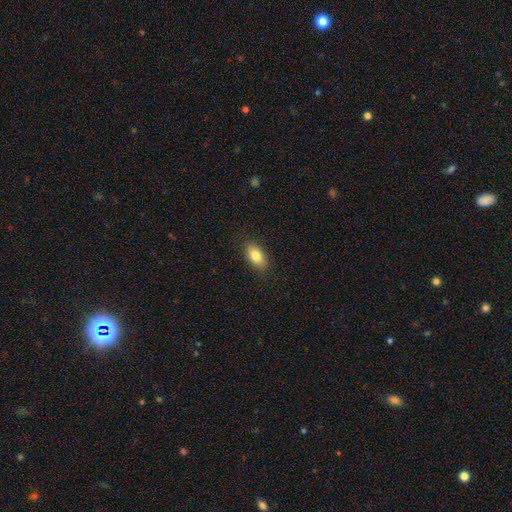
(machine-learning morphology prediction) Smooth or featured?
  - smooth: 82% *
  - featured or disk: 11%
  - star or artifact: 7%
How rounded?
  - in between: 91% *
  - cigar-shaped: 6%
  - round: 4%
Merging?
  - none: 87% *
  - minor disturbance: 10%
  - major disturbance: 2%
  - merger: 1%